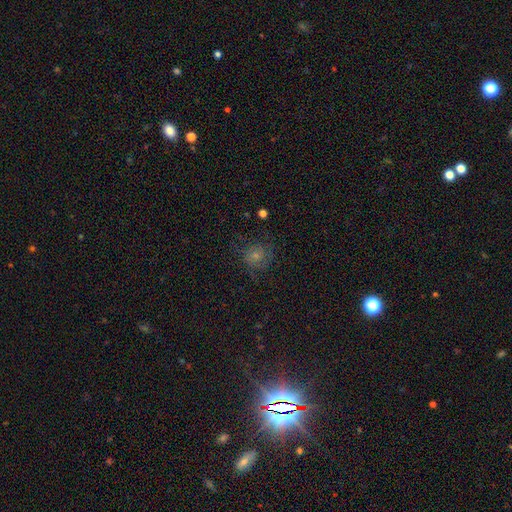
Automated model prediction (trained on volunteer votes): smooth 53%, featured or disk 33%, star or artifact 14%. Down the decision tree: how rounded — round (83%); merging — none (67%).